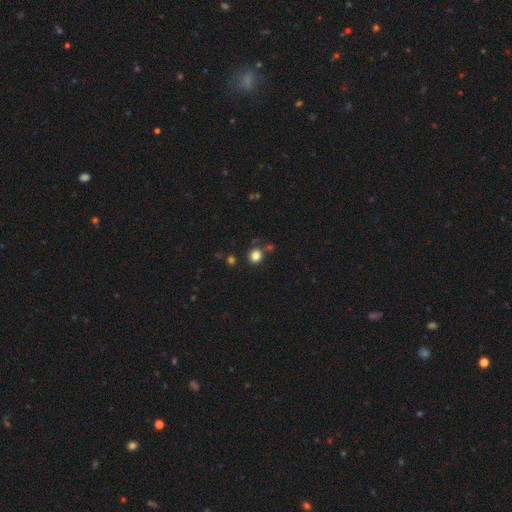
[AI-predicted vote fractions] This appears to be a smooth galaxy with no disk features (83%) that is round (89%). Merging: none (79%).